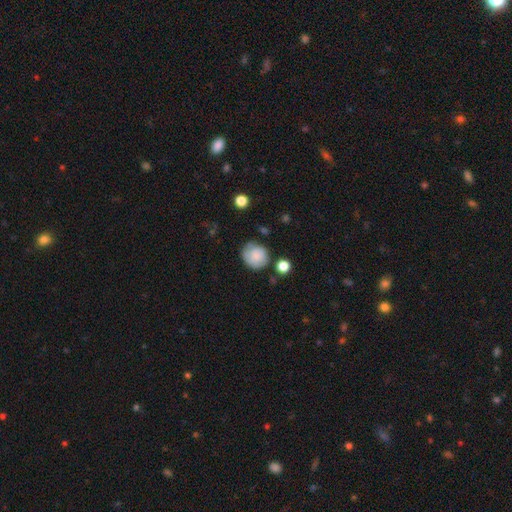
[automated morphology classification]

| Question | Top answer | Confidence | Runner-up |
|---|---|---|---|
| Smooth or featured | smooth | 76% | featured or disk (16%) |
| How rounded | round | 86% | in between (13%) |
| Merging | none | 64% | minor disturbance (23%) |